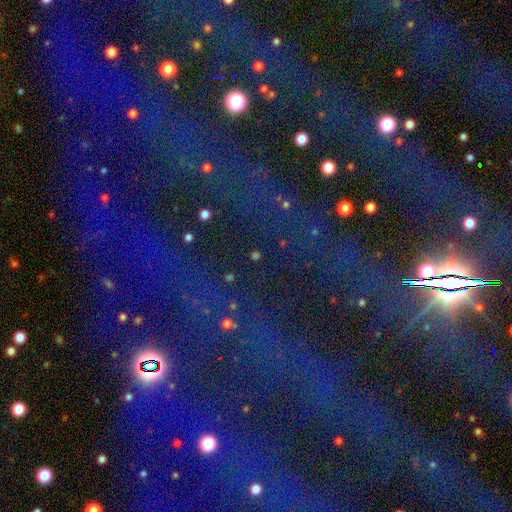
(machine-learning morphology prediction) type=star or artifact (83%).